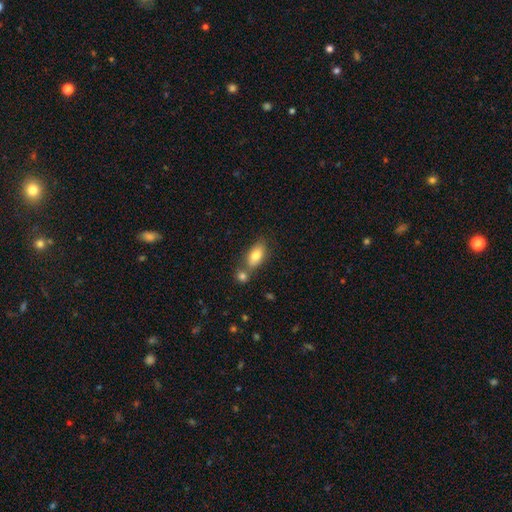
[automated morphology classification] Smooth or featured?
  - smooth: 78% *
  - featured or disk: 15%
  - star or artifact: 7%
How rounded?
  - in between: 87% *
  - round: 7%
  - cigar-shaped: 6%
Merging?
  - none: 53% *
  - merger: 31%
  - minor disturbance: 12%
  - major disturbance: 3%